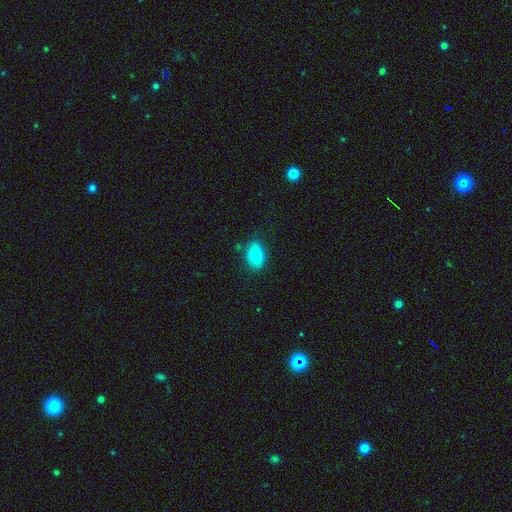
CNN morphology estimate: This is clearly a smooth galaxy (85%). How rounded: clearly in between (89%). Merging: likely none (75%).